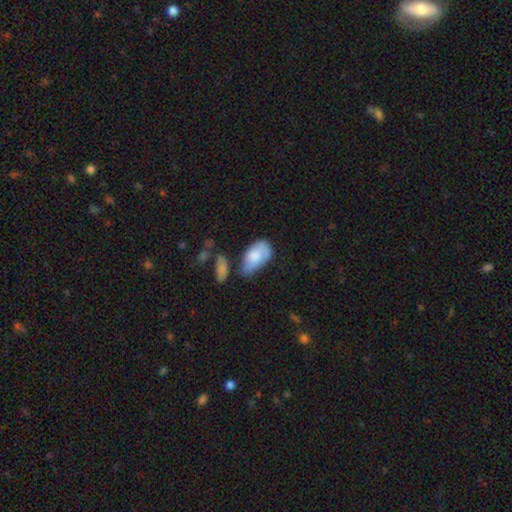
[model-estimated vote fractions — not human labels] This appears to be a smooth galaxy with no disk features (75%) that is in between round and cigar-shaped (93%). Merging: minor disturbance (36%).